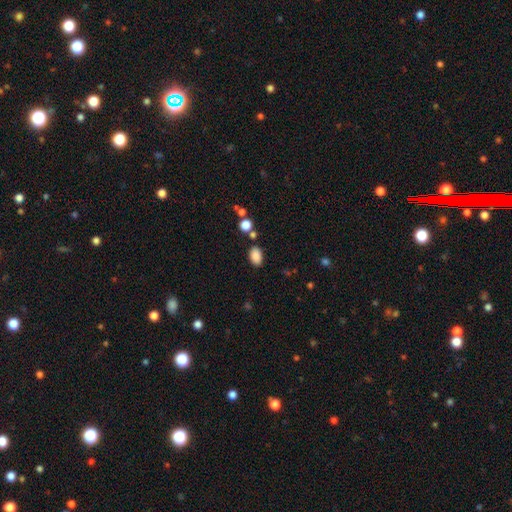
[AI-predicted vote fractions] A smooth galaxy with no disk features (86%) that is in between round and cigar-shaped (89%).

Vote fractions:
- Smooth or featured? smooth: 86% / star or artifact: 10% / featured or disk: 4%
- How rounded? in between: 89% / round: 10% / cigar-shaped: 1%
- Merging? none: 78% / minor disturbance: 12% / merger: 7% / major disturbance: 3%